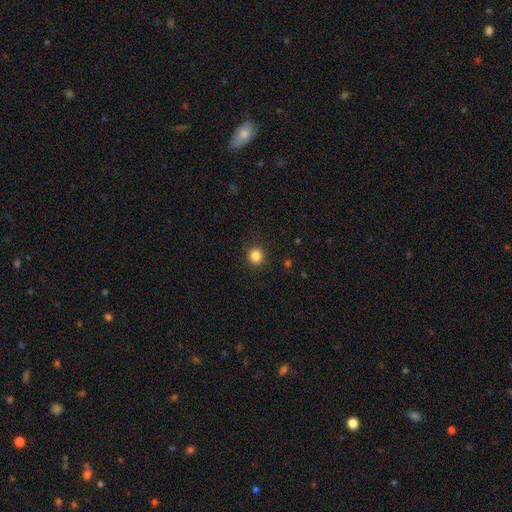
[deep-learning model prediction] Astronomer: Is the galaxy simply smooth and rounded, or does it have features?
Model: smooth — 85%.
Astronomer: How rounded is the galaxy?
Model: round — 89%.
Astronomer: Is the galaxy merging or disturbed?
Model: none — 91%.